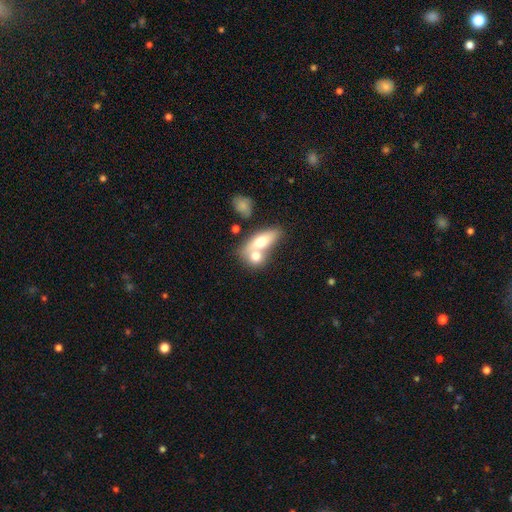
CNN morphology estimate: This appears to be a smooth galaxy with no disk features (68%) that is in between round and cigar-shaped (64%). Merging: merger (68%).